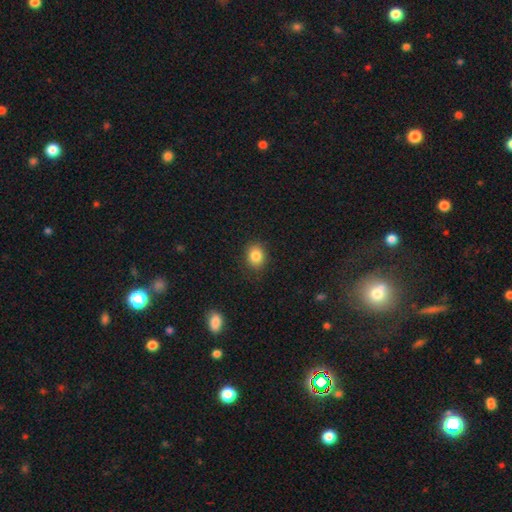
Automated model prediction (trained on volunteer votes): A smooth galaxy with no disk features (85%) that is round (65%). Merging: none (86%).